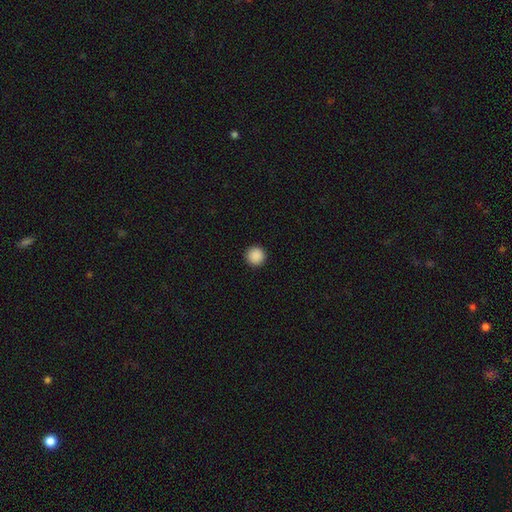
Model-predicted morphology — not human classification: Smooth or featured: smooth — 89% (star or artifact — 9%)
How rounded: round — 96% (in between — 3%)
Merging: none — 94% (minor disturbance — 4%)